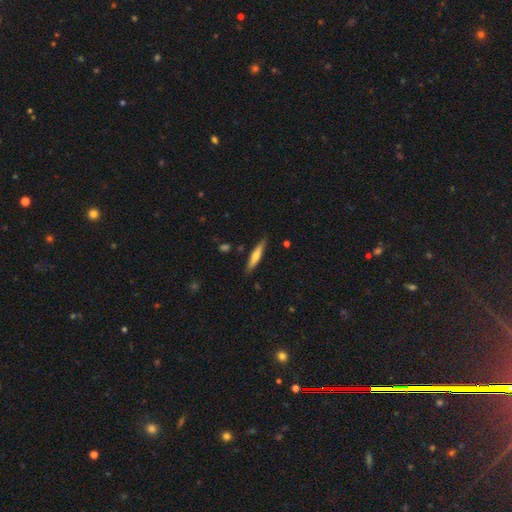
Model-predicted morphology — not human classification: type=smooth (51%); roundness=cigar-shaped (87%); merging=none (87%).